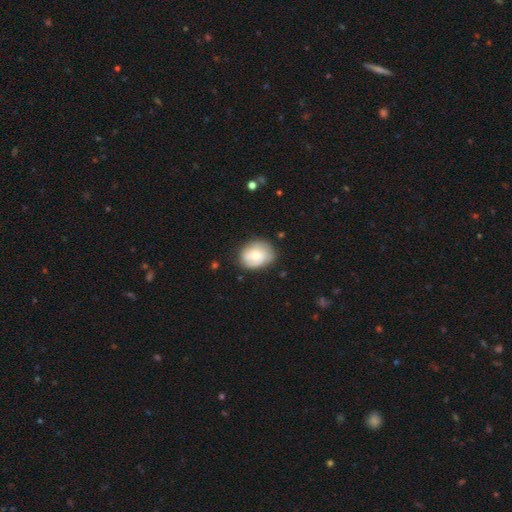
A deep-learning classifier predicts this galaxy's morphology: Smooth or featured? smooth (60%)
How rounded? round (54%)
Merging? none (69%)